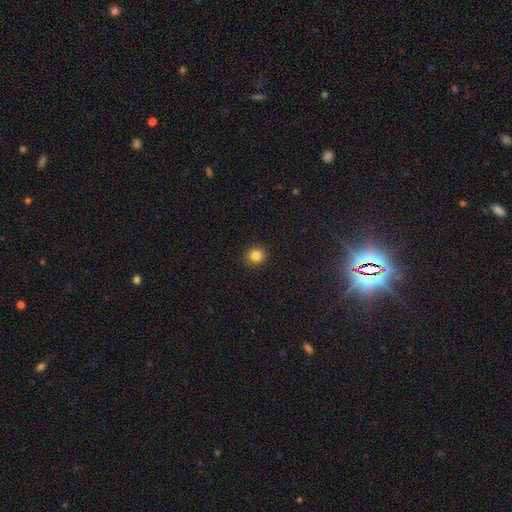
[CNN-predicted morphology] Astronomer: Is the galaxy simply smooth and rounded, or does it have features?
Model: smooth — 83%.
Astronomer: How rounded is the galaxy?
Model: round — 91%.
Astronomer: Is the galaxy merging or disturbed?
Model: none — 93%.